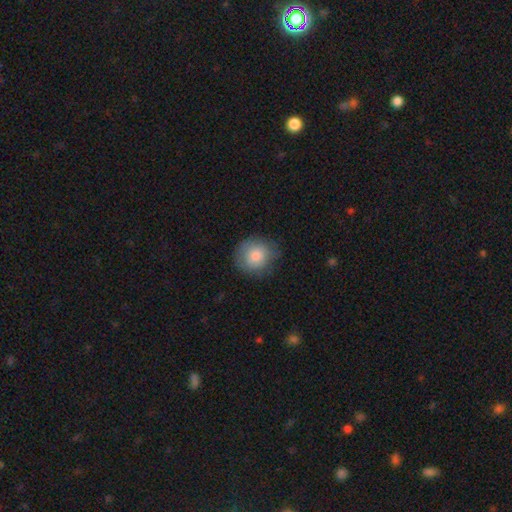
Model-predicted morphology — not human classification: The model was most divided on "merging": none: 77%, minor disturbance: 18%, major disturbance: 4%, merger: 1%. More confident: how rounded — round (87%); smooth or featured — smooth (81%).